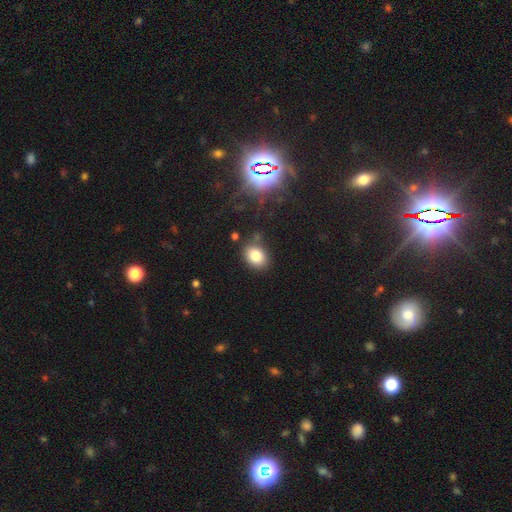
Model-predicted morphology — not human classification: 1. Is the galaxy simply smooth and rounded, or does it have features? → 81% smooth, 11% star or artifact, 7% featured or disk.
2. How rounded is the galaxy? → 61% in between, 38% round, 1% cigar-shaped.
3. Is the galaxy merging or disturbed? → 78% none, 14% minor disturbance, 5% merger, 3% major disturbance.